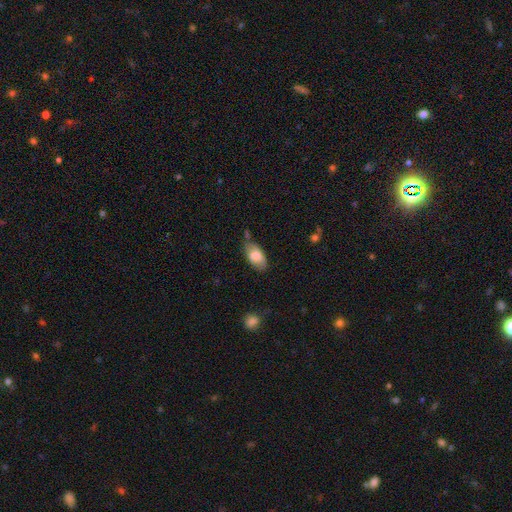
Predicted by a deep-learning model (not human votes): The model was most divided on "merging": none: 63%, minor disturbance: 26%, major disturbance: 6%, merger: 5%. More confident: how rounded — in between (92%); smooth or featured — smooth (77%).